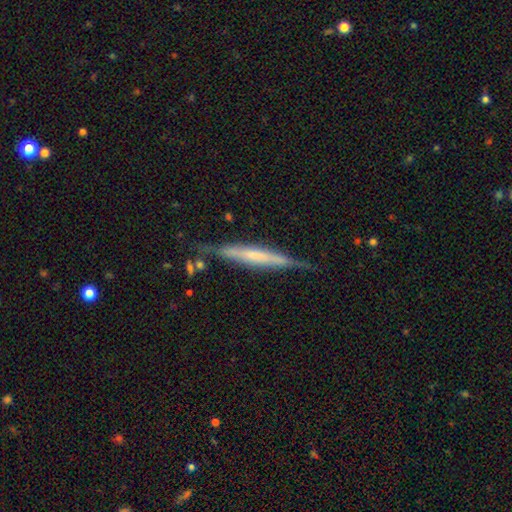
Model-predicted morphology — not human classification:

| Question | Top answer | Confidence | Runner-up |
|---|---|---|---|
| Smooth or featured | featured or disk | 58% | smooth (36%) |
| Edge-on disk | yes | 95% | no (5%) |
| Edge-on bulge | none | 55% | rounded (23%) |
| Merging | none | 76% | minor disturbance (17%) |